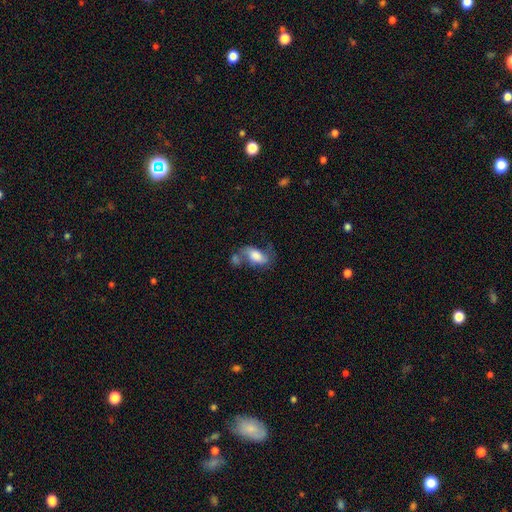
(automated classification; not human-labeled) Smooth or featured: smooth — 60% (featured or disk — 32%)
How rounded: in between — 88% (round — 6%)
Merging: none — 32% (merger — 31%)